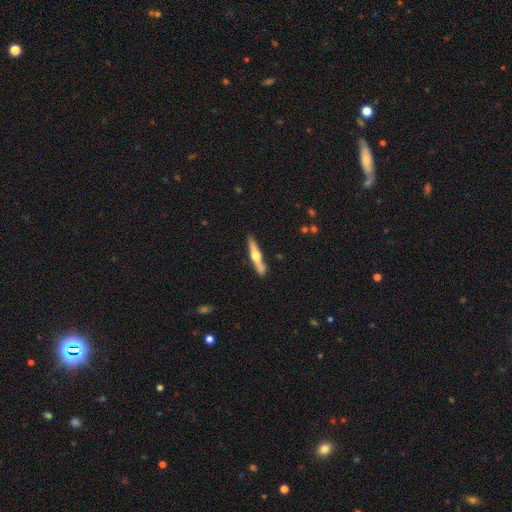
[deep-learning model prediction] smooth_or_featured: featured or disk (p=0.68) [alt: smooth p=0.27]
disk_edge_on: yes (p=0.97) [alt: no p=0.03]
edge_on_bulge: rounded (p=0.94) [alt: boxy p=0.03]
merging: none (p=0.86) [alt: minor disturbance p=0.10]